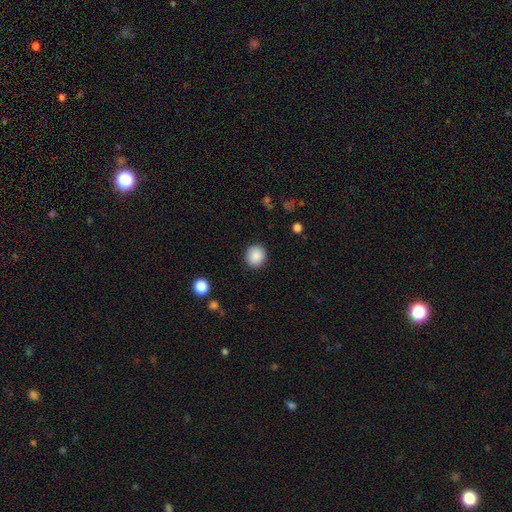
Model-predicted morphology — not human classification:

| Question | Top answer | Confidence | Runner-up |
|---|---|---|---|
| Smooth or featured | smooth | 88% | star or artifact (8%) |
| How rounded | round | 86% | in between (13%) |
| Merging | none | 91% | minor disturbance (6%) |